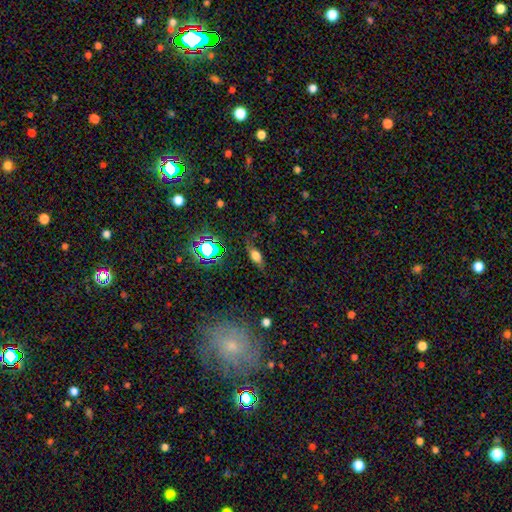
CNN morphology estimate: This appears to be a smooth galaxy with no disk features (60%) that is in between round and cigar-shaped (72%). Merging: none (71%).